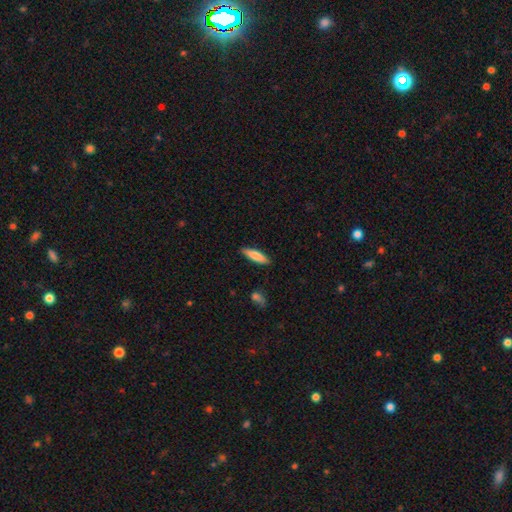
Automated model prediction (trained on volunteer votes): smooth_or_featured: smooth (p=0.80) [alt: featured or disk p=0.14]
how_rounded: cigar-shaped (p=0.68) [alt: in between p=0.30]
merging: none (p=0.87) [alt: minor disturbance p=0.10]